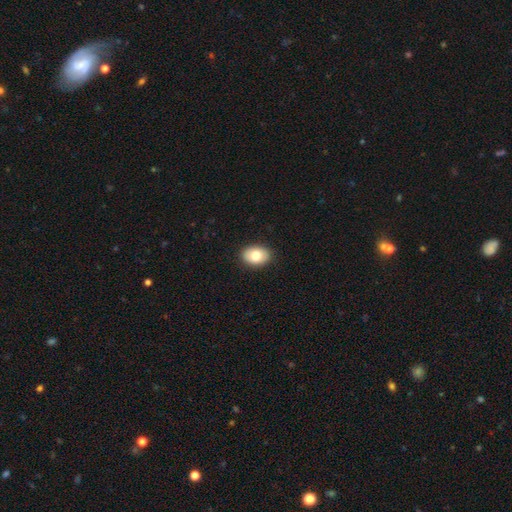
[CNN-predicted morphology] Q: Smooth or featured?
A: smooth (78%); runner-up: featured or disk (14%)
Q: How rounded?
A: in between (79%); runner-up: round (20%)
Q: Merging?
A: none (90%); runner-up: minor disturbance (7%)